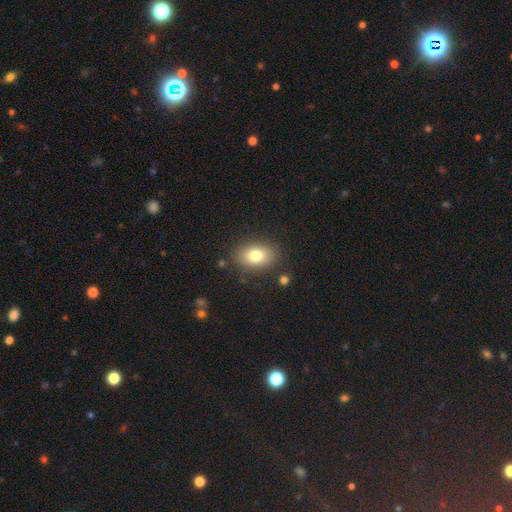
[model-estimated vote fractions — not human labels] Smooth or featured? Predicted: smooth (p=0.79). How rounded? Predicted: in between (p=0.79). Merging? Predicted: none (p=0.84).